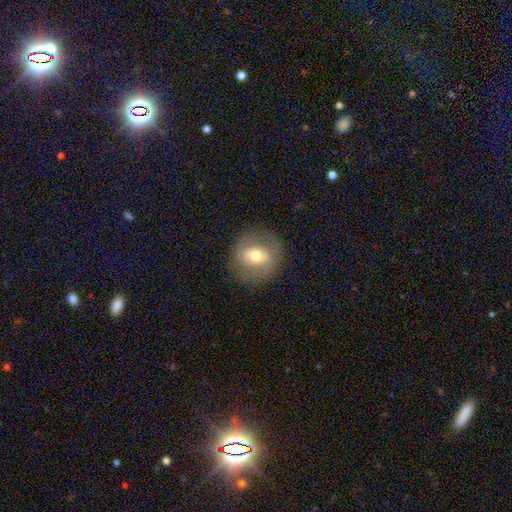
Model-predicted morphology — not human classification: smooth 51%, featured or disk 41%, star or artifact 8%. Down the decision tree: how rounded — round (79%); merging — none (82%).